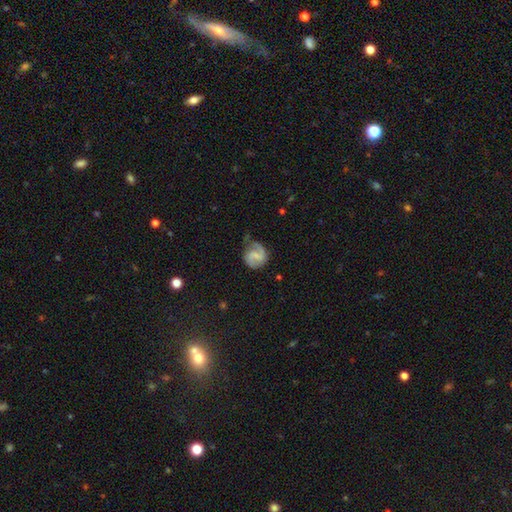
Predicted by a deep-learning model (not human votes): Smooth or featured? Predicted: featured or disk (p=0.73). Edge-on disk? Predicted: no (p=0.98). Bar? Predicted: weak (p=0.49). Spiral arms? Predicted: yes (p=0.93). Spiral winding? Predicted: medium (p=0.48). Spiral arm count? Predicted: 2 (p=0.80). Bulge size? Predicted: none (p=0.45). Merging? Predicted: none (p=0.63).